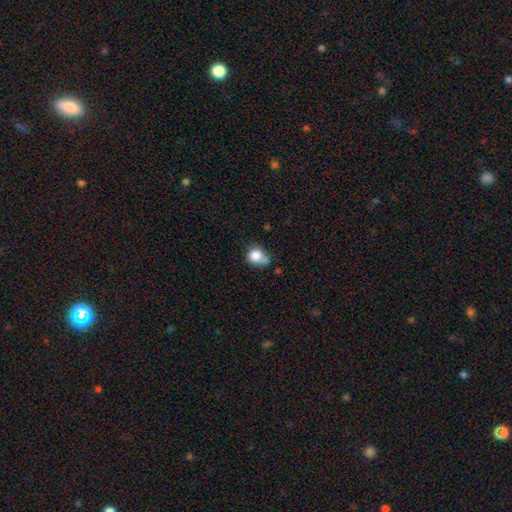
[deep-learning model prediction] smooth_or_featured: smooth (p=0.81) [alt: star or artifact p=0.10]
how_rounded: round (p=0.73) [alt: in between p=0.26]
merging: none (p=0.44) [alt: minor disturbance p=0.29]